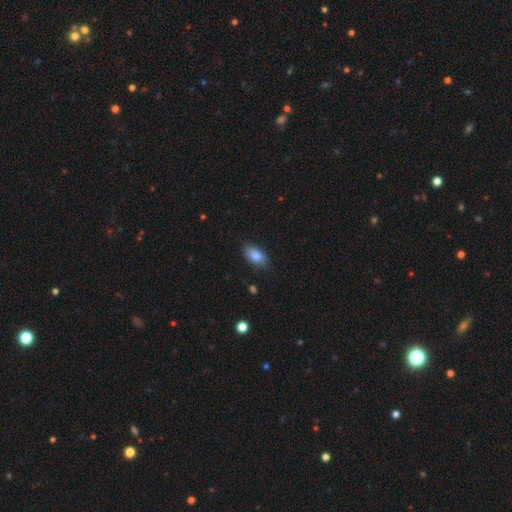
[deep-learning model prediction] smooth-or-featured: smooth: 84% | featured or disk: 8% | star or artifact: 8%
  how-rounded: in between: 90% | round: 6% | cigar-shaped: 3%
  merging: none: 80% | minor disturbance: 16% | major disturbance: 3% | merger: 1%